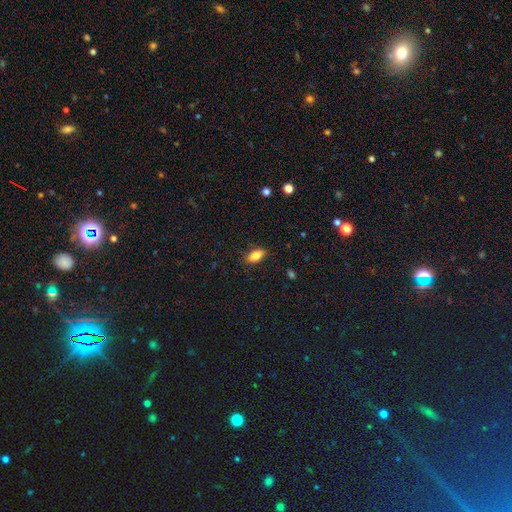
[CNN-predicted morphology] Smooth or featured? smooth (81%)
How rounded? in between (88%)
Merging? none (86%)